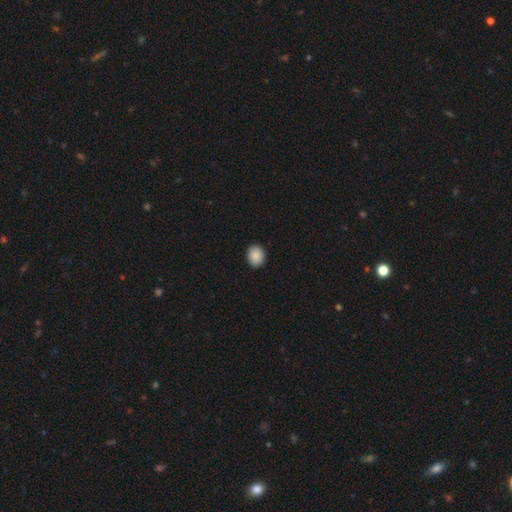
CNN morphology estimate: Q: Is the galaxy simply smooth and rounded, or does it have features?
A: smooth — 90%.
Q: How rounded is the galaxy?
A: round — 51%.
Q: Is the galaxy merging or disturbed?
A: none — 92%.